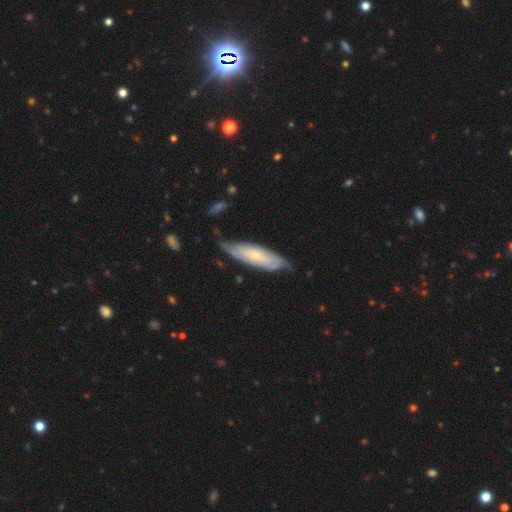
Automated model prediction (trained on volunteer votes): Smooth or featured? featured or disk (66%)
Edge-on disk? no (78%)
Bar? no (71%)
Spiral arms? yes (85%)
Bulge size? small (66%)
Merging? none (65%)